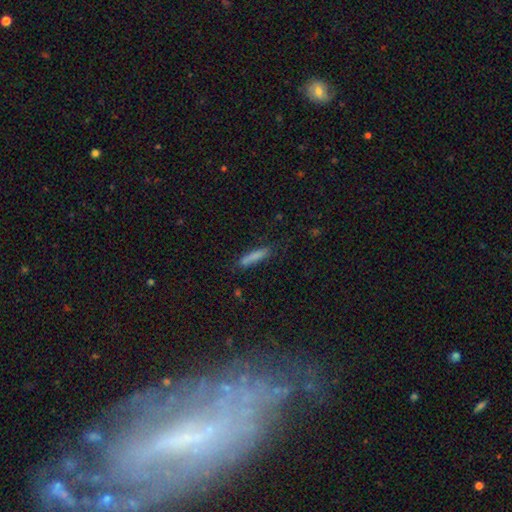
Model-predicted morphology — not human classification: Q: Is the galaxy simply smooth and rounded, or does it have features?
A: smooth — 78%.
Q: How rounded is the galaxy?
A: cigar-shaped — 90%.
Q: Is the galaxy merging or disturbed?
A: none — 81%.